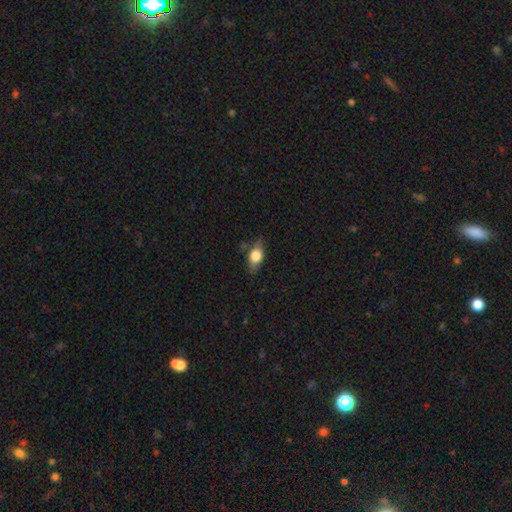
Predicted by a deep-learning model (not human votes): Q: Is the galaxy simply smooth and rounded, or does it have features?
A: smooth — 62%.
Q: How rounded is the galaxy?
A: in between — 74%.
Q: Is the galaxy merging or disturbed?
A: none — 72%.